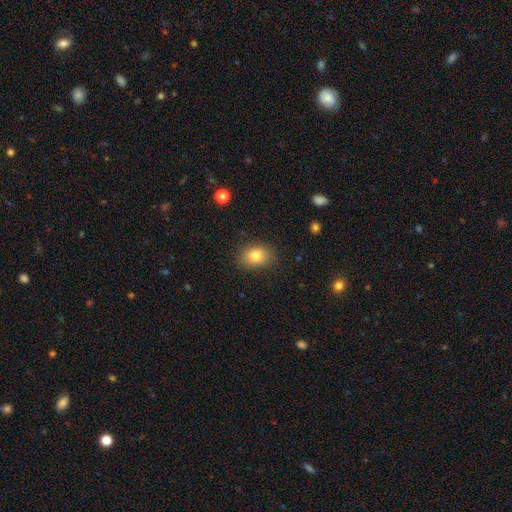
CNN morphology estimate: smooth 81%, star or artifact 10%, featured or disk 9%. Down the decision tree: how rounded — in between (68%); merging — none (85%).